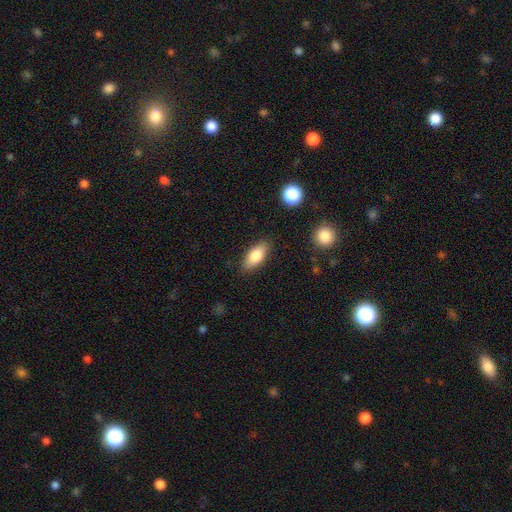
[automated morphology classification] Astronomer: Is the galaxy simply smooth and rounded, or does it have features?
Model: smooth — 79%.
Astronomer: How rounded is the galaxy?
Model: in between — 83%.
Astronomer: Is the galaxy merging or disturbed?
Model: none — 86%.